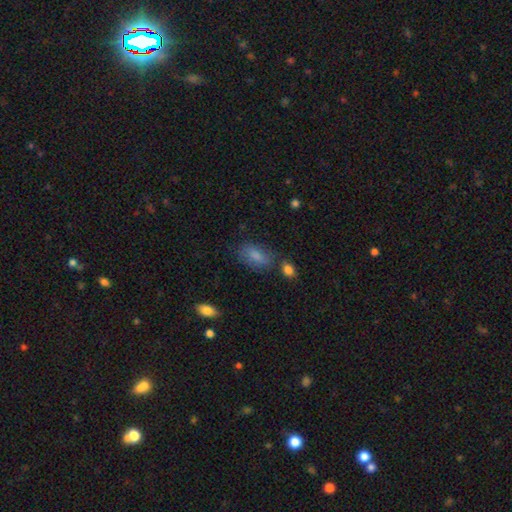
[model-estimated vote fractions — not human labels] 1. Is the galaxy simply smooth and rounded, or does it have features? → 81% smooth, 10% featured or disk, 9% star or artifact.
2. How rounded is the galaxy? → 88% in between, 6% cigar-shaped, 5% round.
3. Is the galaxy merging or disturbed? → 66% none, 21% minor disturbance, 7% major disturbance, 6% merger.